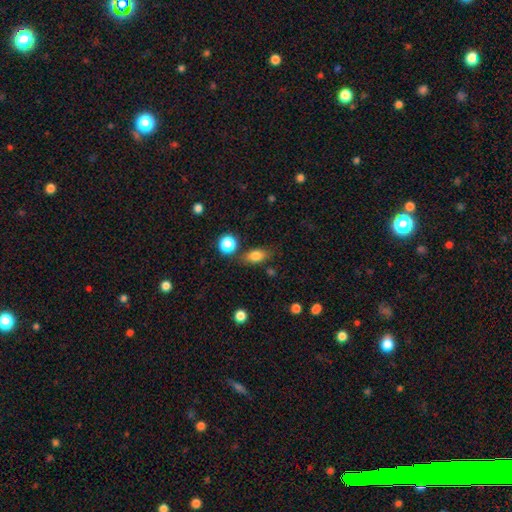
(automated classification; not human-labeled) Morphology: type=smooth (79%); roundness=in between (77%); merging=none (76%).